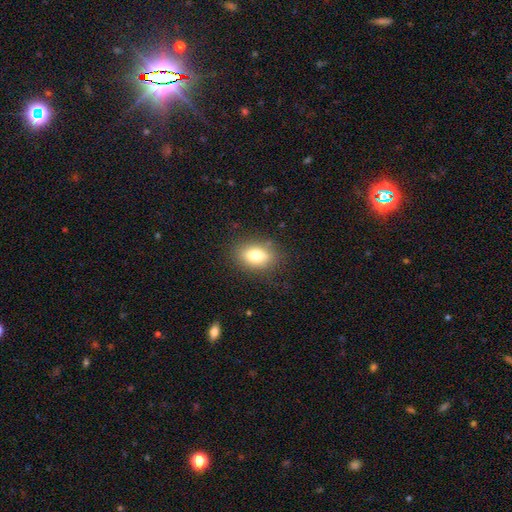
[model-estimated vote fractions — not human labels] Q: Smooth or featured?
A: smooth (79%); runner-up: featured or disk (11%)
Q: How rounded?
A: in between (80%); runner-up: round (18%)
Q: Merging?
A: none (83%); runner-up: minor disturbance (12%)